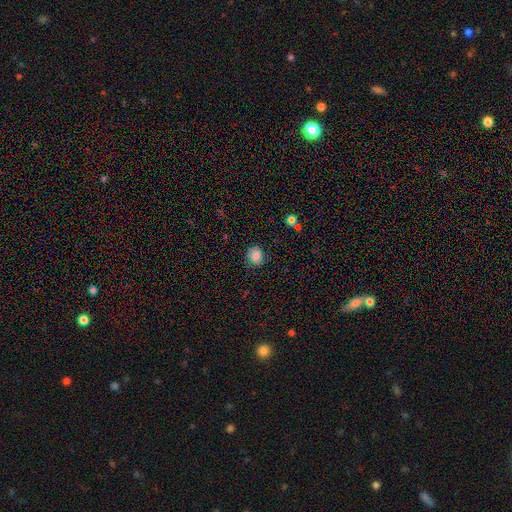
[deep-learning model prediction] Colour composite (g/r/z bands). It shows a smooth galaxy with no disk features (74%) that is round (62%). Merging: none (75%).